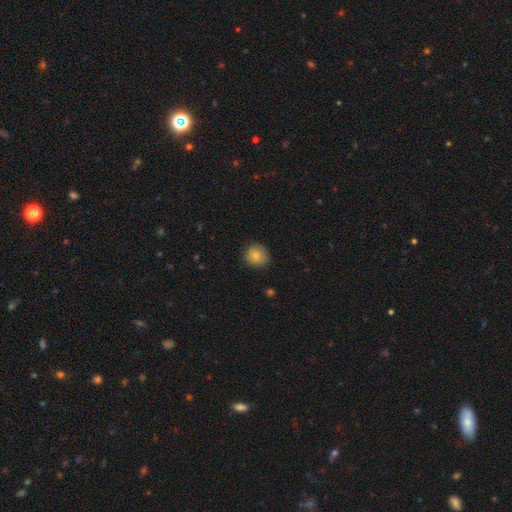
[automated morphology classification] Smooth or featured: smooth — 83% (featured or disk — 9%)
How rounded: round — 85% (in between — 14%)
Merging: none — 83% (minor disturbance — 14%)